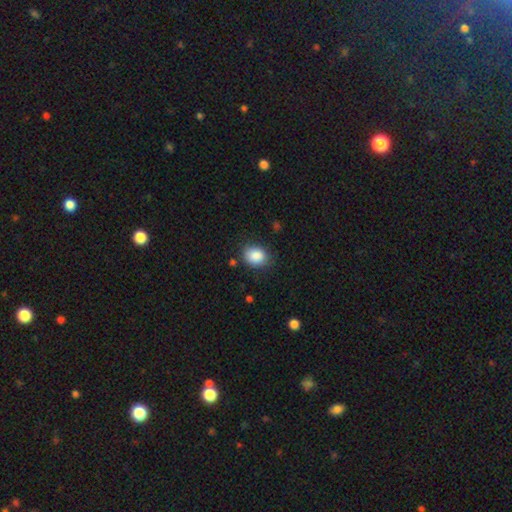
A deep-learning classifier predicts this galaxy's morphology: type=smooth (88%); roundness=in between (56%); merging=none (80%).